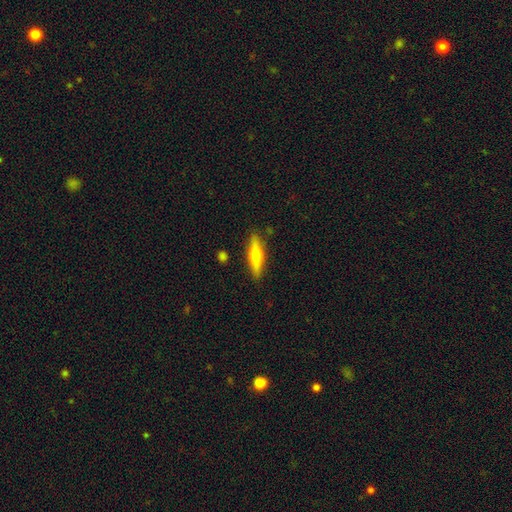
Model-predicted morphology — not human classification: smooth_or_featured: smooth (p=0.52) [alt: featured or disk p=0.42]
how_rounded: cigar-shaped (p=0.75) [alt: in between p=0.22]
merging: none (p=0.87) [alt: minor disturbance p=0.09]